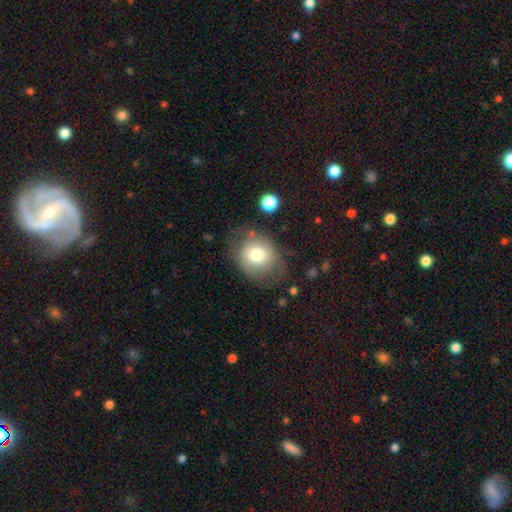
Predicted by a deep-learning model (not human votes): A smooth galaxy with no disk features (71%) that is round (57%). Merging: none (66%).